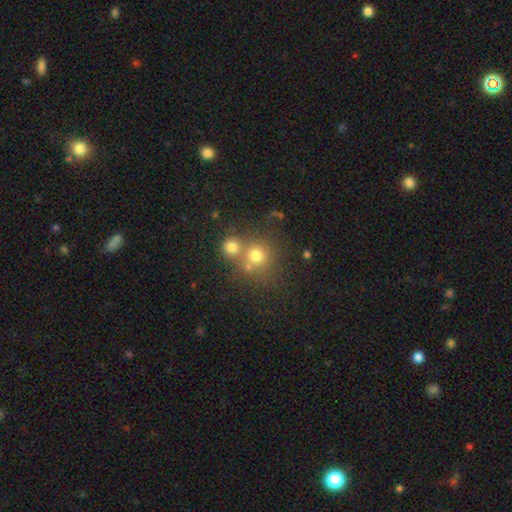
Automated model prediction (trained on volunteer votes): Smooth or featured?
  - smooth: 72% *
  - star or artifact: 16%
  - featured or disk: 12%
How rounded?
  - round: 89% *
  - in between: 10%
  - cigar-shaped: 1%
Merging?
  - none: 52% *
  - merger: 37%
  - minor disturbance: 8%
  - major disturbance: 4%